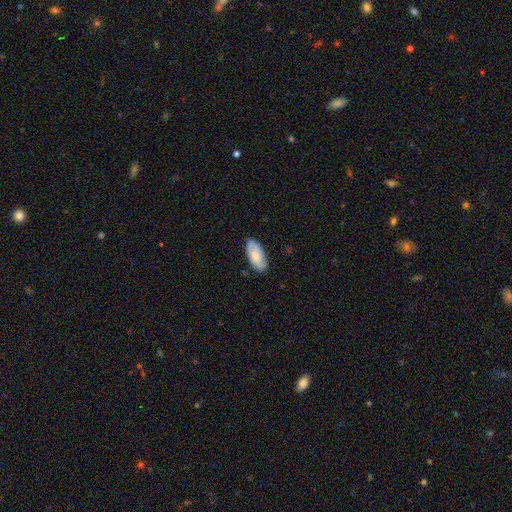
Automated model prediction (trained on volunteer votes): smooth 68%, featured or disk 26%, star or artifact 6%. Down the decision tree: how rounded — in between (92%); merging — none (81%).